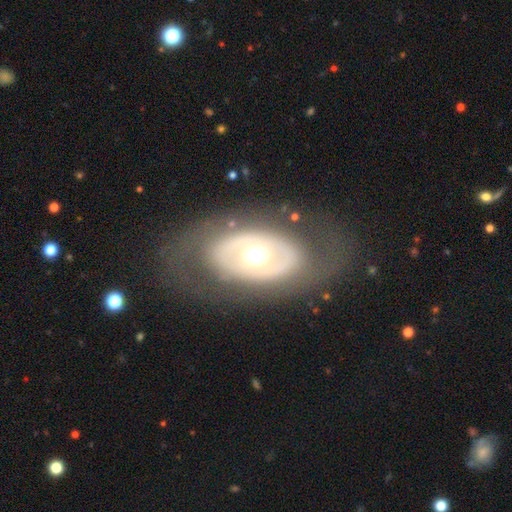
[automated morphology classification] Smooth or featured? featured or disk (63%)
Edge-on disk? no (90%)
Bar? no (85%)
Spiral arms? no (85%)
Bulge size? moderate (67%)
Merging? none (77%)